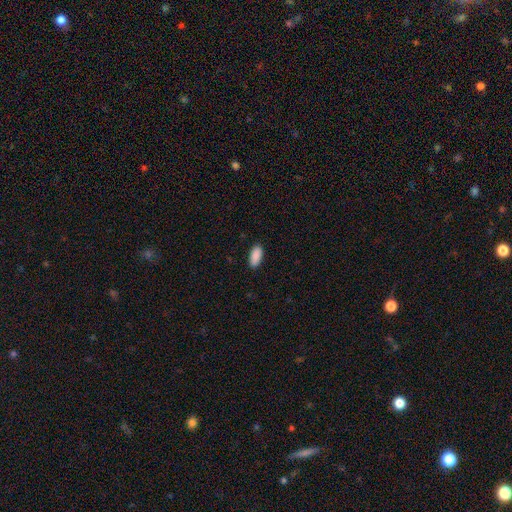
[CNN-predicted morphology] This appears to be a smooth galaxy with no disk features (91%) that is in between round and cigar-shaped (89%). Merging: none (89%).